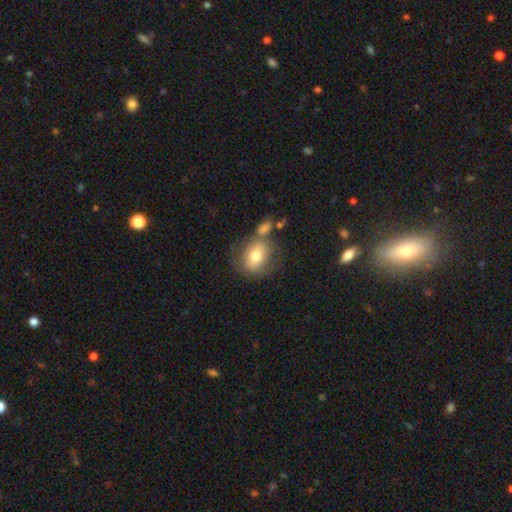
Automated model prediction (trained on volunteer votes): A smooth galaxy with no disk features (73%) that is in between round and cigar-shaped (59%).

Vote fractions:
- Smooth or featured? smooth: 73% / featured or disk: 19% / star or artifact: 8%
- How rounded? in between: 59% / round: 40% / cigar-shaped: 2%
- Merging? none: 51% / merger: 24% / minor disturbance: 17% / major disturbance: 8%